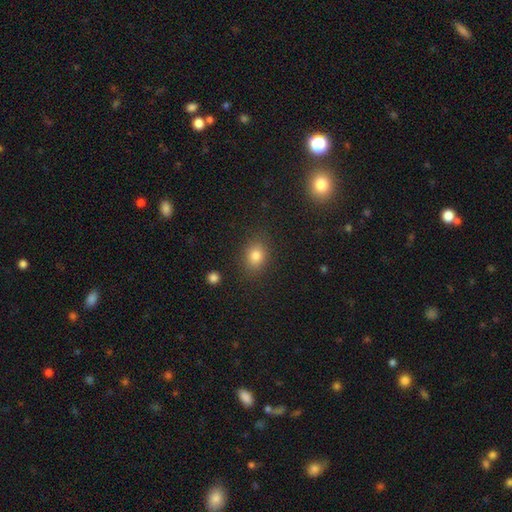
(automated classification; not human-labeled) Smooth or featured?
  - smooth: 80% *
  - star or artifact: 12%
  - featured or disk: 7%
How rounded?
  - in between: 59% *
  - round: 39%
  - cigar-shaped: 1%
Merging?
  - none: 84% *
  - minor disturbance: 10%
  - major disturbance: 4%
  - merger: 2%